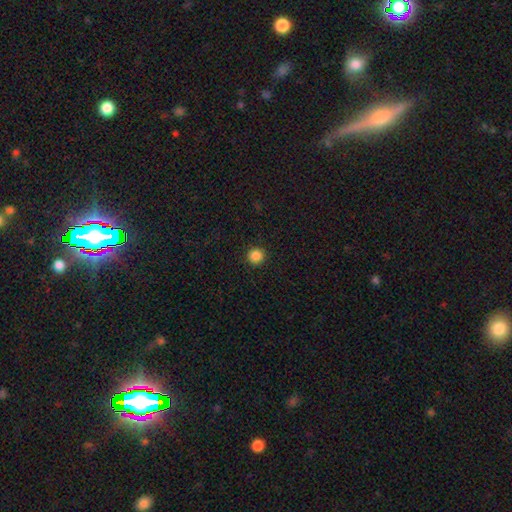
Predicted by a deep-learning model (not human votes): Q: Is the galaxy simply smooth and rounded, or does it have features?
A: smooth — 86%.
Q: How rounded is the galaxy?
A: round — 95%.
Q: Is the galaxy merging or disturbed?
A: none — 93%.